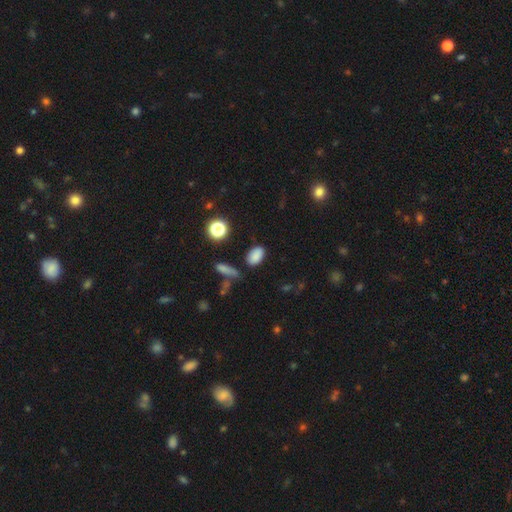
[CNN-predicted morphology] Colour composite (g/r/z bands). It shows a smooth galaxy with no disk features (82%) that is in between round and cigar-shaped (88%). Merging: none (80%).